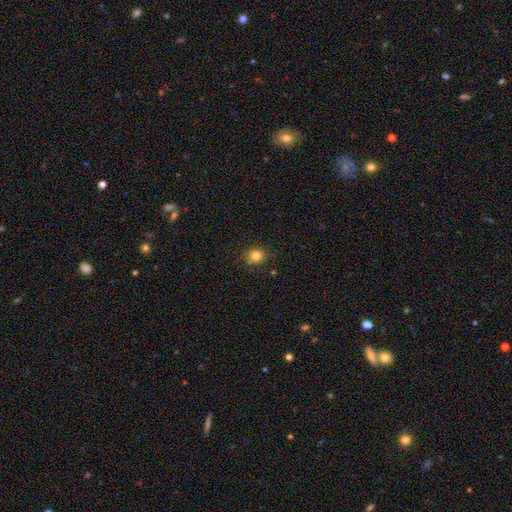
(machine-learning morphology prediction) Q: Smooth or featured?
A: smooth (82%); runner-up: star or artifact (12%)
Q: How rounded?
A: round (77%); runner-up: in between (22%)
Q: Merging?
A: none (85%); runner-up: minor disturbance (11%)